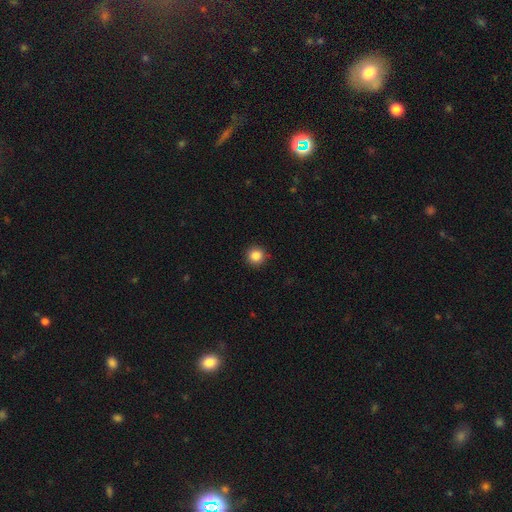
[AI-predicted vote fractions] Q: Smooth or featured?
A: smooth (86%); runner-up: star or artifact (10%)
Q: How rounded?
A: round (95%); runner-up: in between (4%)
Q: Merging?
A: none (92%); runner-up: minor disturbance (5%)